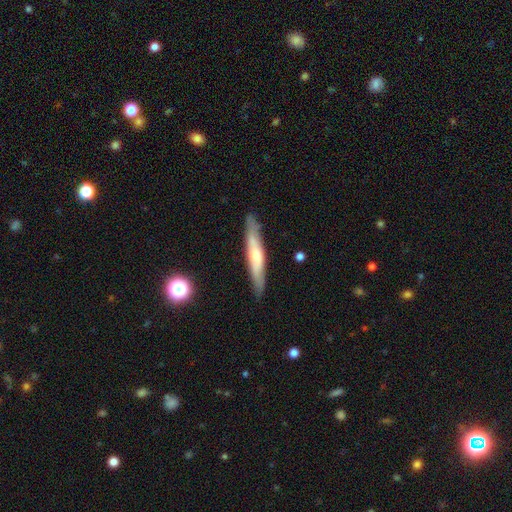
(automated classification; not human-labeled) smooth-or-featured: featured or disk: 48% | smooth: 46% | star or artifact: 6%
  merging: none: 86% | minor disturbance: 11% | major disturbance: 2% | merger: 2%